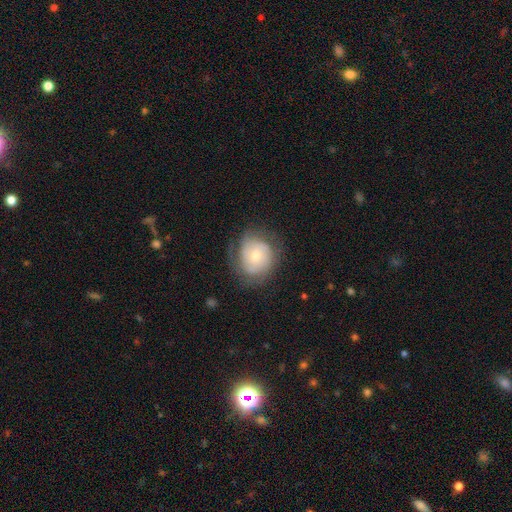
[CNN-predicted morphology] Smooth or featured? Predicted: featured or disk (p=0.57). Edge-on disk? Predicted: no (p=0.97). Bar? Predicted: no (p=0.77). Spiral arms? Predicted: yes (p=0.82). Bulge size? Predicted: small (p=0.53). Merging? Predicted: none (p=0.64).